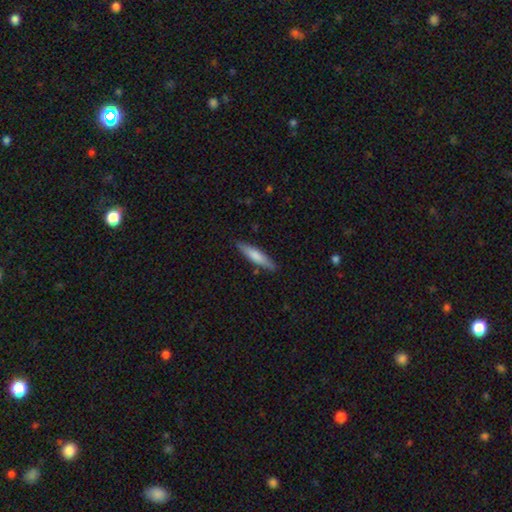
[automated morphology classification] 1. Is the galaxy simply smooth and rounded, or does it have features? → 71% smooth, 24% featured or disk, 5% star or artifact.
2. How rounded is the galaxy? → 83% cigar-shaped, 15% in between, 1% round.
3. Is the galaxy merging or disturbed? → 86% none, 11% minor disturbance, 2% major disturbance, 2% merger.